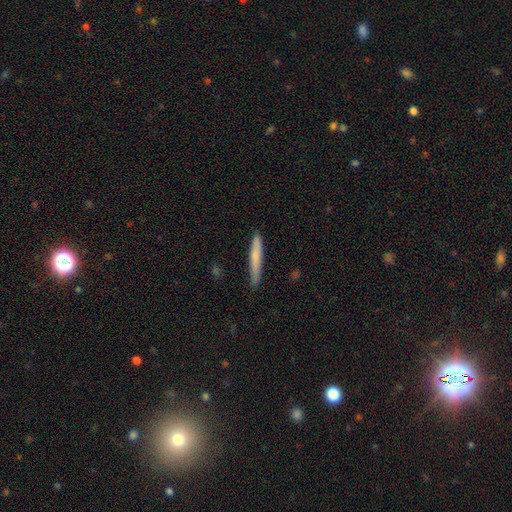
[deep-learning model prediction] Q: Smooth or featured?
A: smooth (70%); runner-up: featured or disk (24%)
Q: How rounded?
A: cigar-shaped (96%); runner-up: in between (3%)
Q: Merging?
A: none (86%); runner-up: minor disturbance (11%)